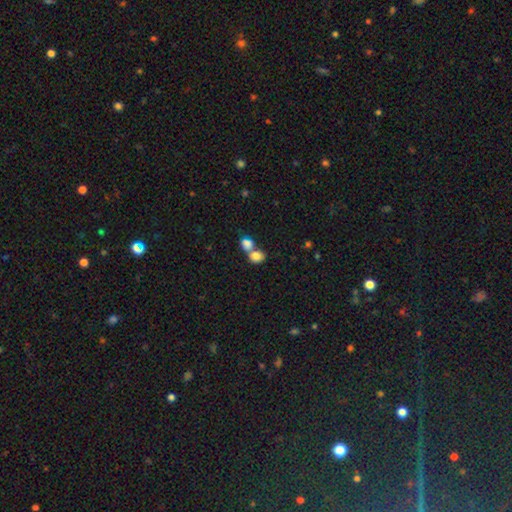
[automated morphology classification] Smooth or featured?
  - smooth: 81% *
  - star or artifact: 10%
  - featured or disk: 9%
How rounded?
  - round: 55% *
  - in between: 44%
  - cigar-shaped: 1%
Merging?
  - merger: 59% *
  - none: 30%
  - minor disturbance: 7%
  - major disturbance: 3%